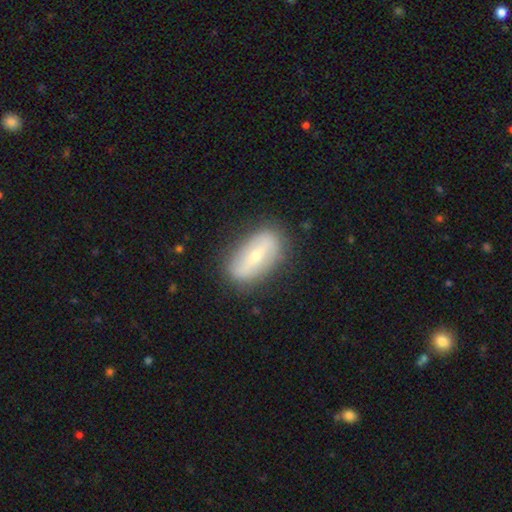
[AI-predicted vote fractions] A featured or disk galaxy (54%).

Vote fractions:
- Smooth or featured? featured or disk: 54% / smooth: 40% / star or artifact: 7%
- Edge-on disk? no: 79% / yes: 21%
- Merging? none: 83% / minor disturbance: 12% / major disturbance: 3% / merger: 1%